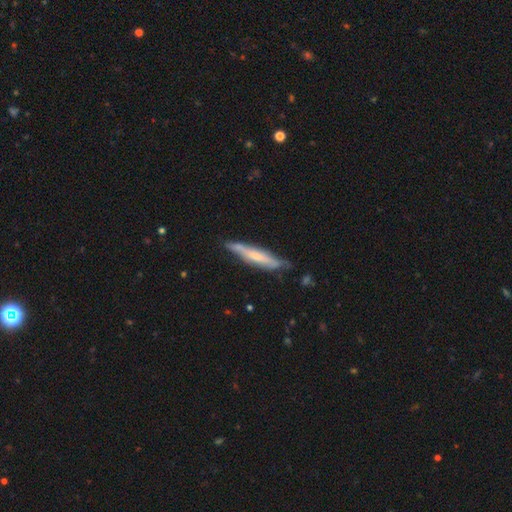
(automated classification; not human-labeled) The model was most divided on "smooth or featured": featured or disk: 55%, smooth: 39%, star or artifact: 6%. More confident: edge-on disk — yes (83%); merging — none (70%).